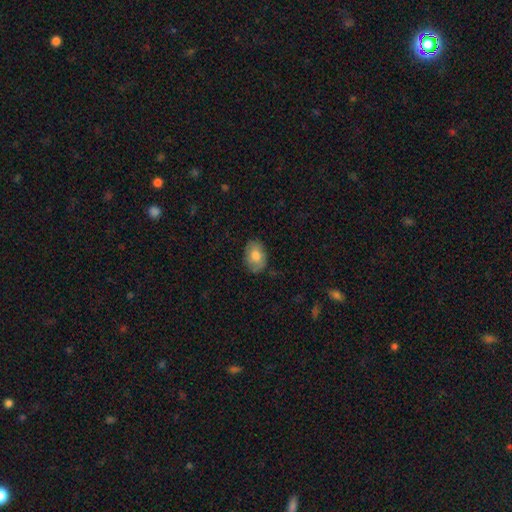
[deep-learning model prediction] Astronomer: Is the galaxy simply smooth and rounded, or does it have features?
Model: smooth — 78%.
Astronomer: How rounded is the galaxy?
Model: in between — 81%.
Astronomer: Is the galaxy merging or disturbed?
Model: none — 82%.